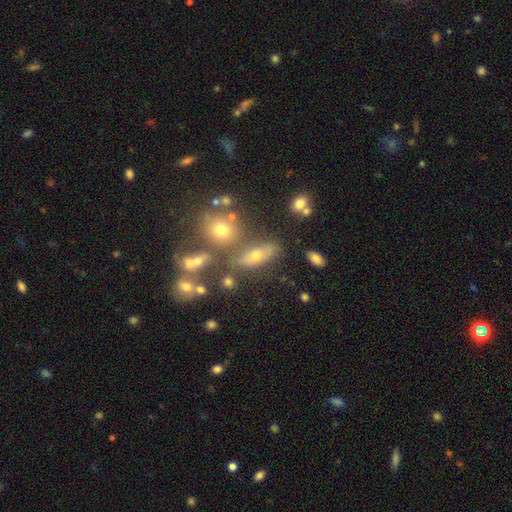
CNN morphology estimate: smooth-or-featured: smooth: 40% | featured or disk: 31% | star or artifact: 29%
  merging: none: 55% | merger: 23% | minor disturbance: 14% | major disturbance: 8%